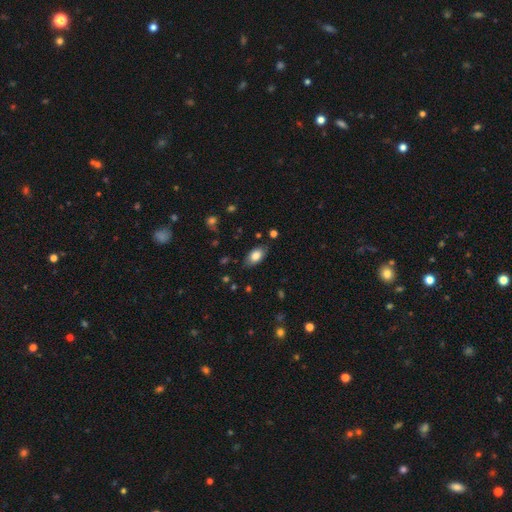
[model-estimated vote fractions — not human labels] A smooth galaxy with no disk features (82%) that is in between round and cigar-shaped (90%). Merging: none (81%).